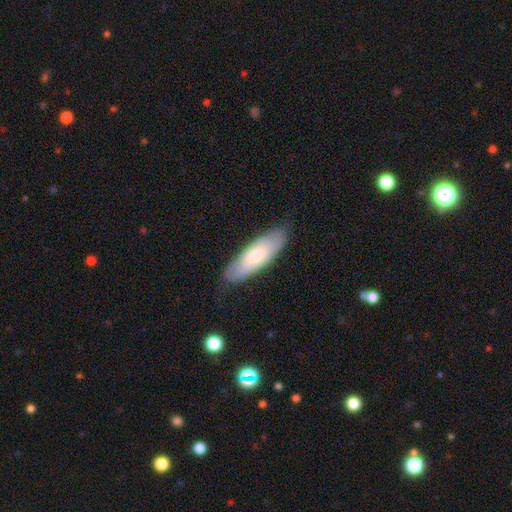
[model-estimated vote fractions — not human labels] Smooth or featured: smooth — 70% (featured or disk — 24%)
How rounded: in between — 59% (cigar-shaped — 39%)
Merging: none — 81% (minor disturbance — 15%)